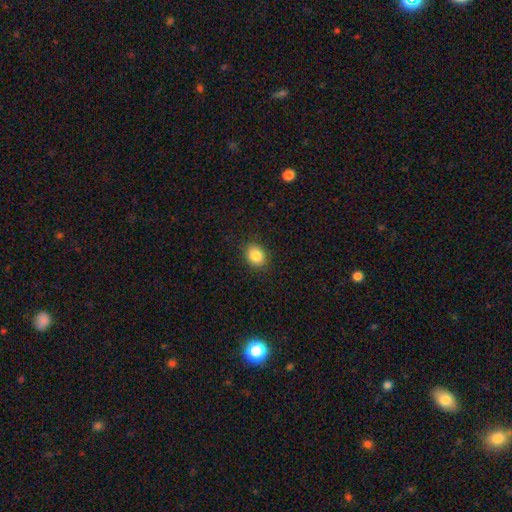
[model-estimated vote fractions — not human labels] A smooth galaxy with no disk features (84%) that is round (58%).

Vote fractions:
- Smooth or featured? smooth: 84% / star or artifact: 10% / featured or disk: 6%
- How rounded? round: 58% / in between: 41% / cigar-shaped: 1%
- Merging? none: 89% / minor disturbance: 8% / major disturbance: 2% / merger: 1%